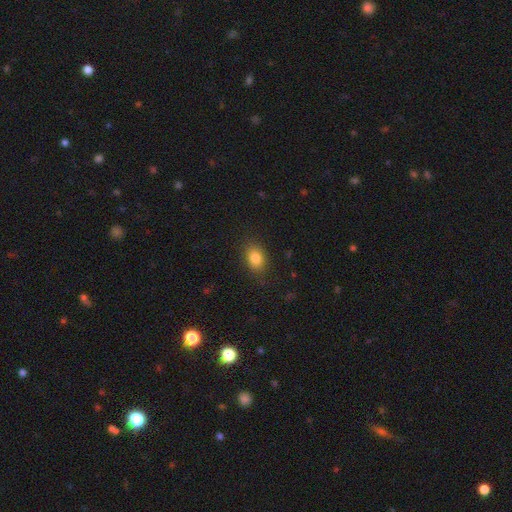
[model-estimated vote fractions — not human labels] smooth_or_featured: smooth (p=0.83) [alt: star or artifact p=0.11]
how_rounded: in between (p=0.71) [alt: round p=0.28]
merging: none (p=0.86) [alt: minor disturbance p=0.11]